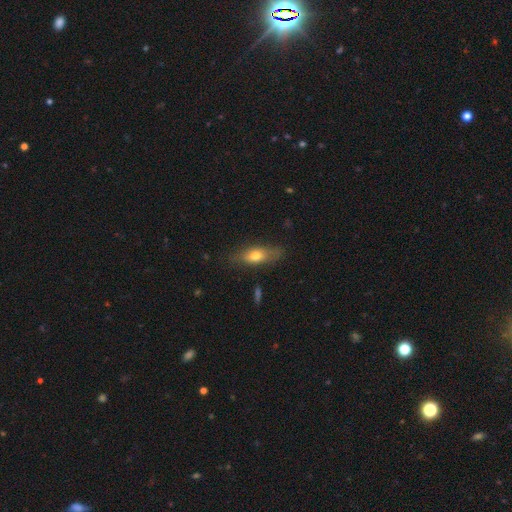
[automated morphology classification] Smooth or featured? smooth (65%)
How rounded? in between (67%)
Merging? none (72%)